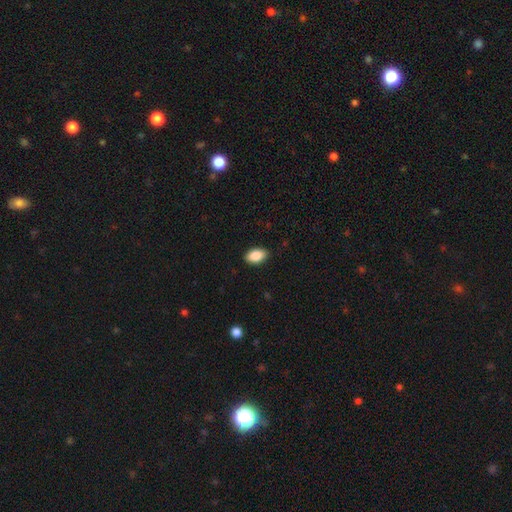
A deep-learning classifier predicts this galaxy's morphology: This appears to be a smooth galaxy with no disk features (87%) that is in between round and cigar-shaped (92%). Merging: none (88%).